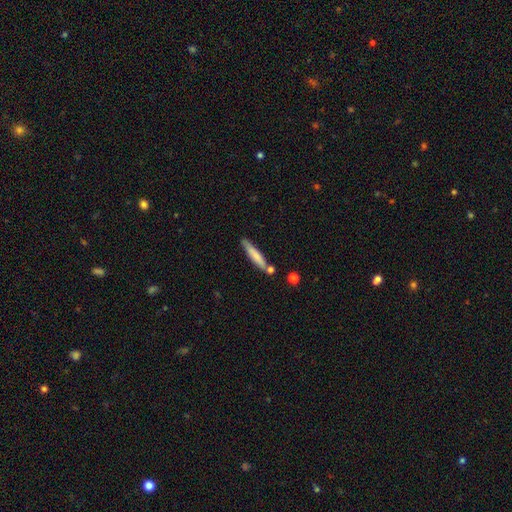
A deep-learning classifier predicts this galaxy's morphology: type=smooth (70%); roundness=cigar-shaped (91%); merging=none (69%).